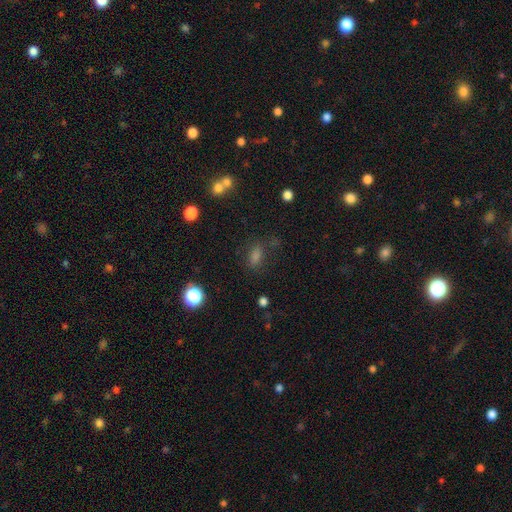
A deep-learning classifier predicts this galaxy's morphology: smooth-or-featured: smooth: 64% | star or artifact: 26% | featured or disk: 10%
  how-rounded: in between: 76% | round: 18% | cigar-shaped: 6%
  merging: none: 69% | minor disturbance: 16% | major disturbance: 9% | merger: 6%